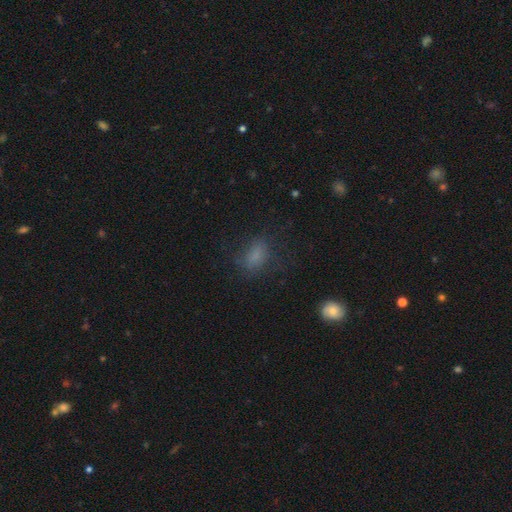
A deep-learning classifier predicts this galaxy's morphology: A smooth galaxy with no disk features (73%) that is in between round and cigar-shaped (75%).

Vote fractions:
- Smooth or featured? smooth: 73% / star or artifact: 16% / featured or disk: 10%
- How rounded? in between: 75% / round: 22% / cigar-shaped: 3%
- Merging? none: 64% / minor disturbance: 19% / major disturbance: 15% / merger: 2%